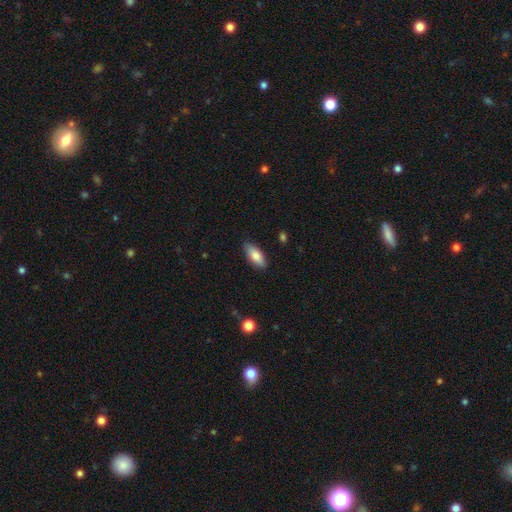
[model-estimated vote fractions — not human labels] Morphology: type=smooth (80%); roundness=in between (82%); merging=none (86%).